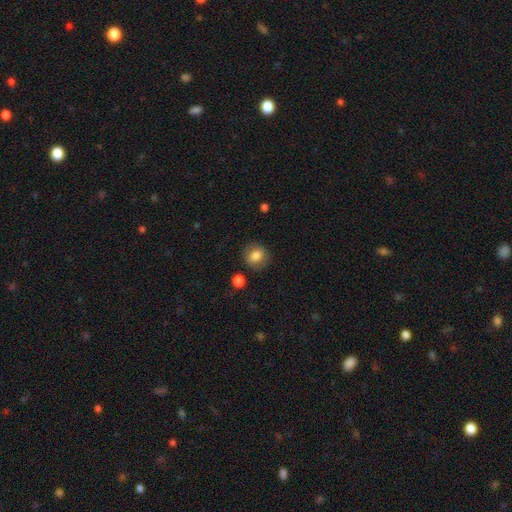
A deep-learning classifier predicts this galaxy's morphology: smooth-or-featured: smooth: 82% | featured or disk: 10% | star or artifact: 9%
  how-rounded: round: 75% | in between: 24% | cigar-shaped: 1%
  merging: none: 83% | minor disturbance: 11% | major disturbance: 4% | merger: 2%